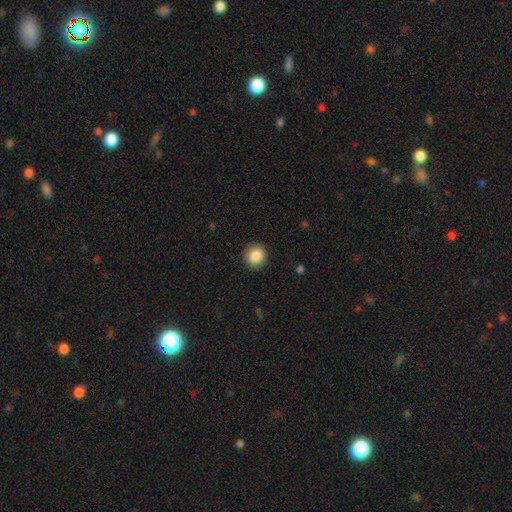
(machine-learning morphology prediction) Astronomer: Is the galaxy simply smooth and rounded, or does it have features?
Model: smooth — 87%.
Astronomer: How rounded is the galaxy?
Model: round — 90%.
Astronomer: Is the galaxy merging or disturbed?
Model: none — 91%.